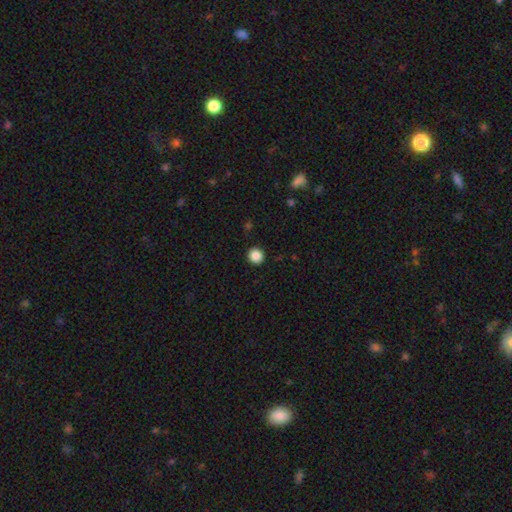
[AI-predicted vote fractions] The model was most divided on "smooth or featured": smooth: 87%, star or artifact: 10%, featured or disk: 3%. More confident: how rounded — round (95%); merging — none (93%).